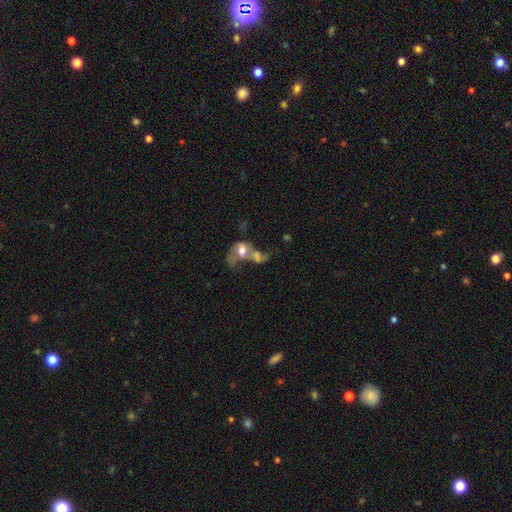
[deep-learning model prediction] The model was most divided on "smooth or featured": featured or disk: 46%, smooth: 36%, star or artifact: 18%. More confident: merging — merger (65%).